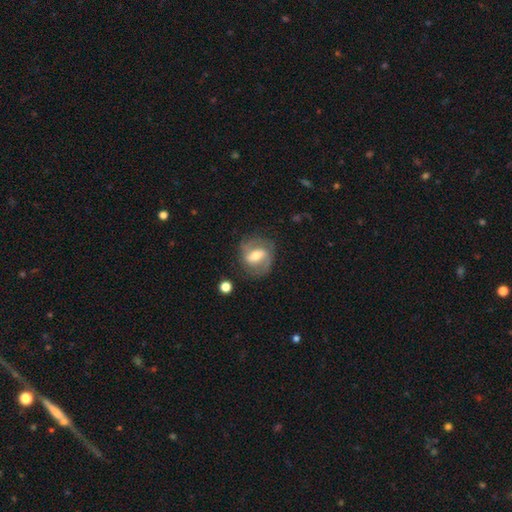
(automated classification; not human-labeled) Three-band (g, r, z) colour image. It shows a featured or disk galaxy (71%) with a strong bar (43%), 2 (81%) medium (48%) spiral arms (86%) and a moderate central bulge (61%). Merging: none (73%).